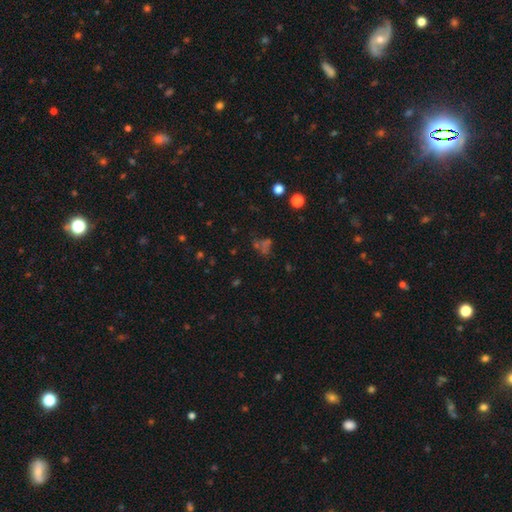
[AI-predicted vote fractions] Q: Smooth or featured?
A: star or artifact (47%); runner-up: smooth (37%)